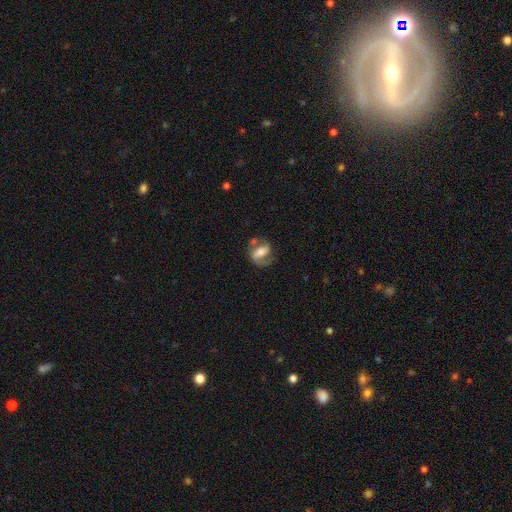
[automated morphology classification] A featured or disk galaxy (69%) with a strong bar (40%), 2 (75%) medium (47%) spiral arms (83%) and a moderate central bulge (50%). Merging: none (62%).